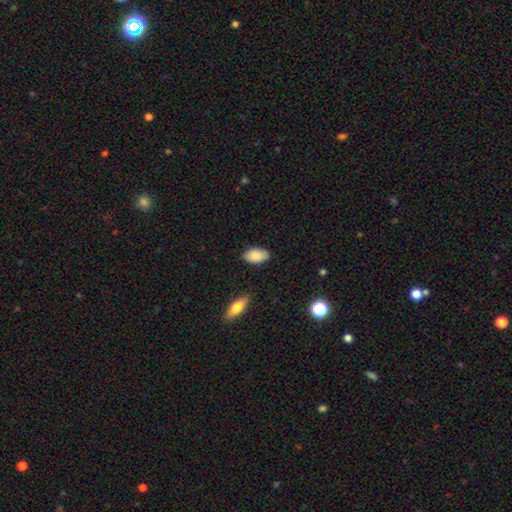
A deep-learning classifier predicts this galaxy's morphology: Q: Smooth or featured?
A: smooth (88%); runner-up: star or artifact (6%)
Q: How rounded?
A: in between (94%); runner-up: round (4%)
Q: Merging?
A: none (85%); runner-up: minor disturbance (11%)